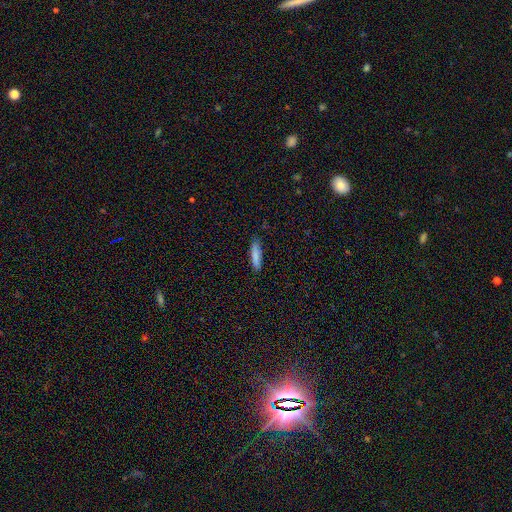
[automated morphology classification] Smooth or featured: smooth — 83% (featured or disk — 10%)
How rounded: cigar-shaped — 79% (in between — 19%)
Merging: none — 84% (minor disturbance — 13%)